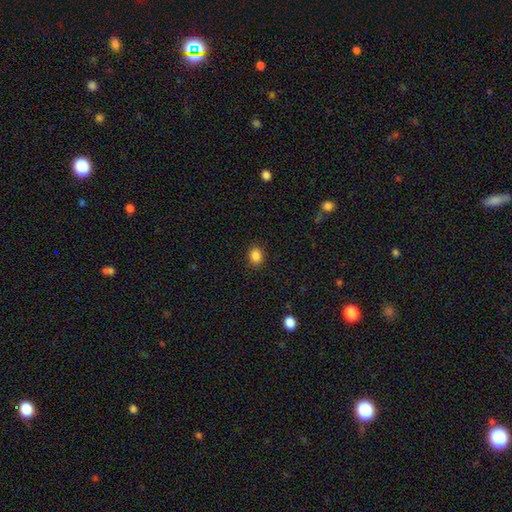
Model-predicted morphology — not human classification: Overall: smooth (86%). How rounded: in between (57%; round 42%). Merging: none (89%).